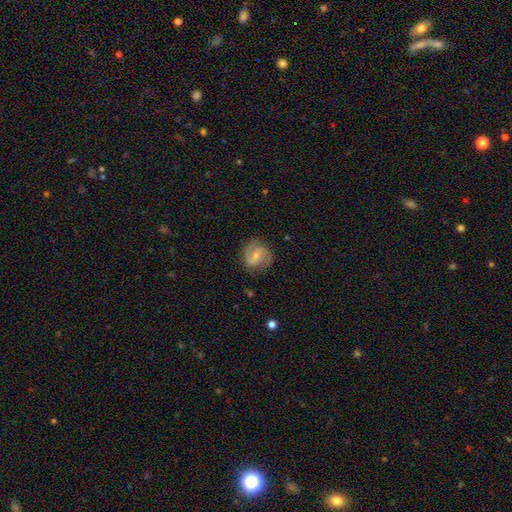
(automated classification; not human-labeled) featured or disk 75%, smooth 19%, star or artifact 6%. Down the decision tree: edge-on disk — no (98%); bar — weak (49%); spiral arms — yes (93%); spiral arm count — 2 (87%); spiral winding — medium (50%); bulge size — small (57%); merging — none (77%).